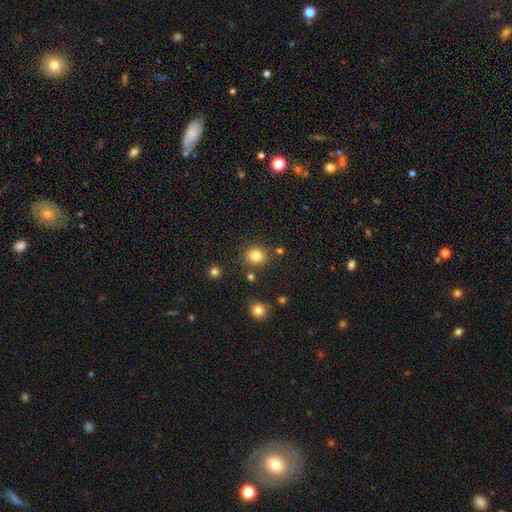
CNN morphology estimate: smooth_or_featured: smooth (p=0.82) [alt: star or artifact p=0.12]
how_rounded: round (p=0.85) [alt: in between p=0.14]
merging: none (p=0.85) [alt: minor disturbance p=0.08]